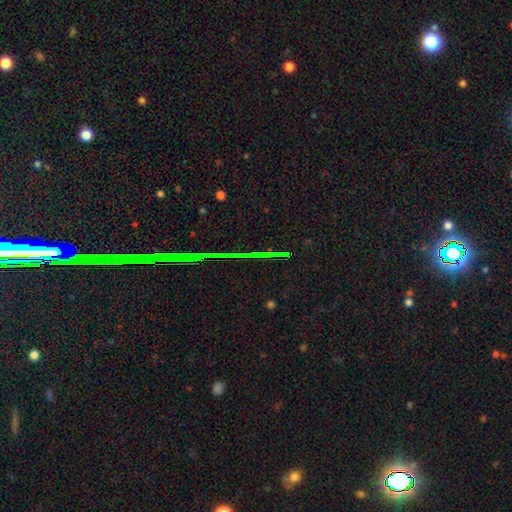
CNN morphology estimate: A star or artifact, not a galaxy (85%).